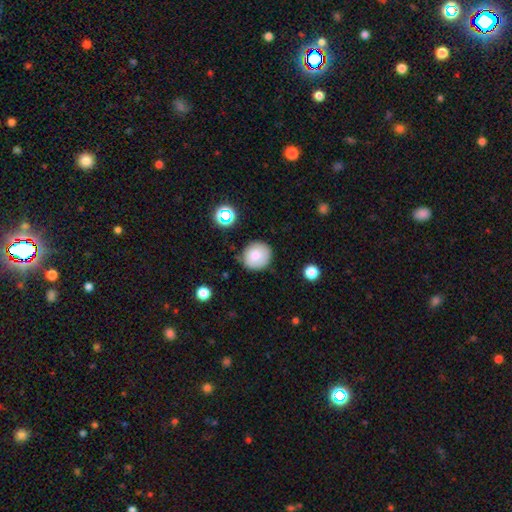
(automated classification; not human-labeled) A smooth galaxy with no disk features (82%) that is round (88%). Merging: none (79%).